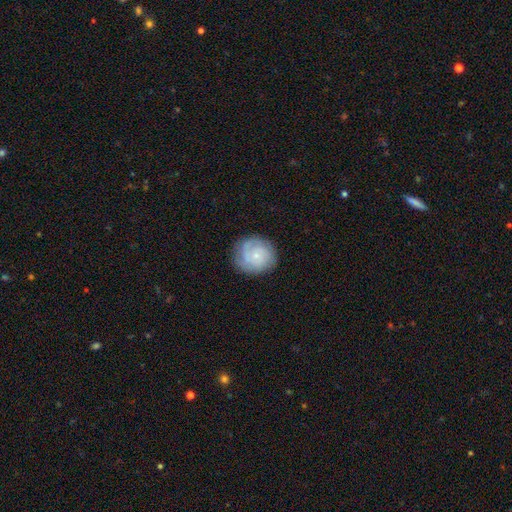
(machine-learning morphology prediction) Q: Smooth or featured?
A: featured or disk (54%); runner-up: smooth (38%)
Q: Edge-on disk?
A: no (98%); runner-up: yes (2%)
Q: Bar?
A: no (81%); runner-up: weak (17%)
Q: Spiral arms?
A: yes (86%); runner-up: no (14%)
Q: Bulge size?
A: small (79%); runner-up: moderate (15%)
Q: Merging?
A: none (79%); runner-up: minor disturbance (15%)